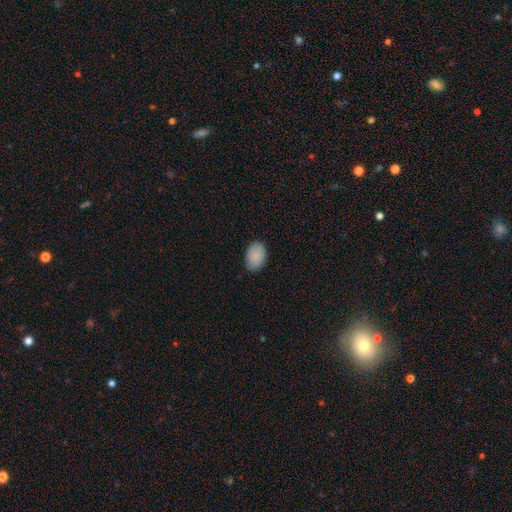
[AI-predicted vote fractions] Smooth or featured? smooth (87%)
How rounded? in between (85%)
Merging? none (84%)